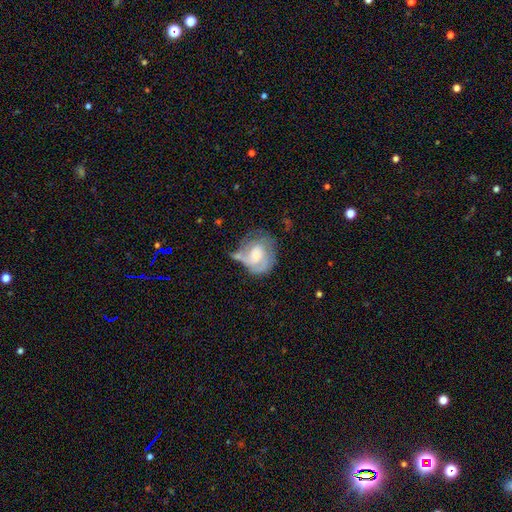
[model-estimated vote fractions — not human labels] Smooth or featured? featured or disk (59%)
Edge-on disk? no (97%)
Bar? no (67%)
Spiral arms? yes (72%)
Bulge size? moderate (36%)
Merging? none (34%)